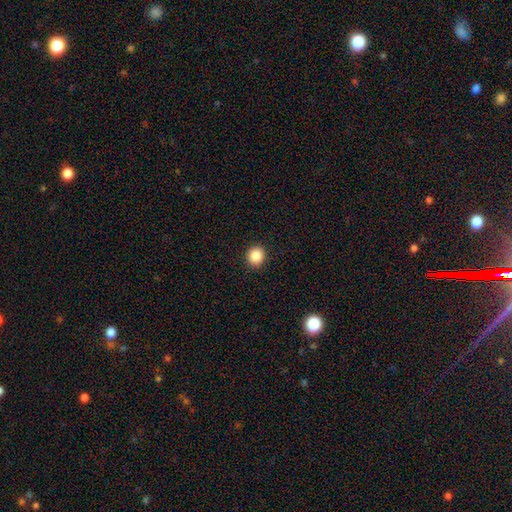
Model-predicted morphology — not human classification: A smooth galaxy with no disk features (87%) that is round (84%).

Vote fractions:
- Smooth or featured? smooth: 87% / star or artifact: 10% / featured or disk: 4%
- How rounded? round: 84% / in between: 15% / cigar-shaped: 1%
- Merging? none: 92% / minor disturbance: 5% / major disturbance: 2% / merger: 1%